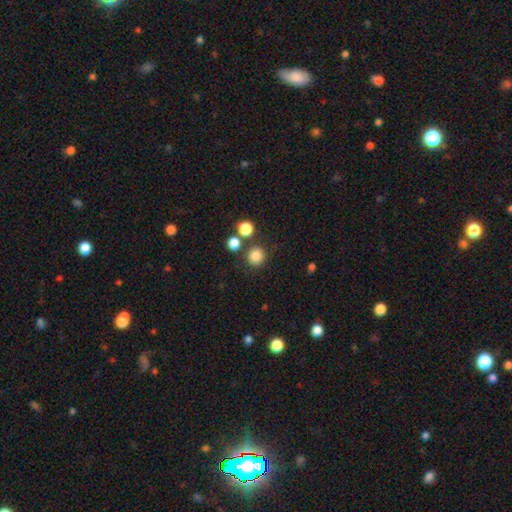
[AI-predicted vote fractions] smooth 83%, star or artifact 13%, featured or disk 5%. Down the decision tree: how rounded — round (91%); merging — none (79%).